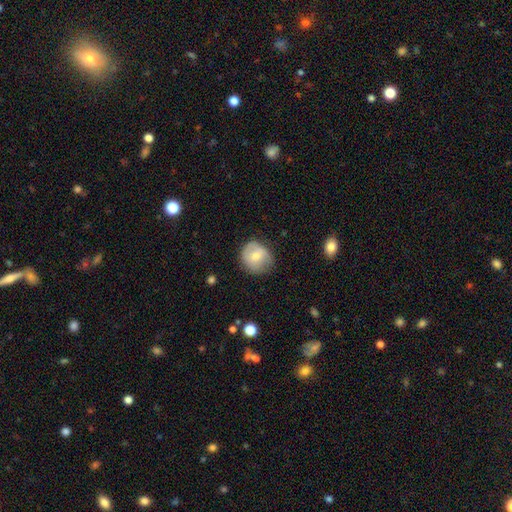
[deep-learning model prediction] Overall: smooth (62%; featured or disk 31%). How rounded: round (82%). Merging: none (69%).